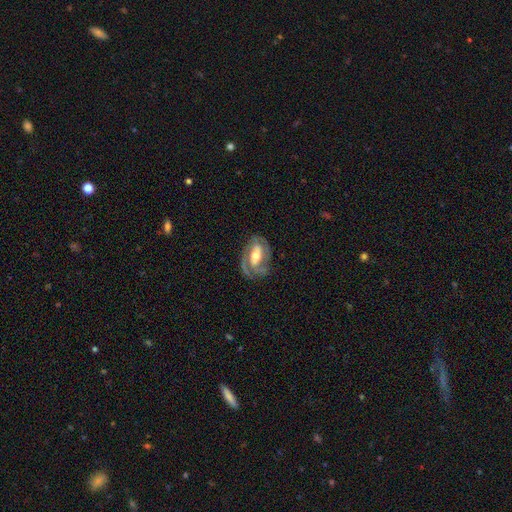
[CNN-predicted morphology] smooth-or-featured: featured or disk: 82% | smooth: 13% | star or artifact: 5%
  disk-edge-on: no: 95% | yes: 5%
    bar: weak: 37% | strong: 35% | no: 27%
    has-spiral-arms: yes: 92% | no: 8%
      spiral-winding: tight: 46% | medium: 41% | loose: 12%
      spiral-arm-count: 2: 65% | 1: 11% | 3: 11% | can't tell: 10% | 4: 2% | more than 4: 2%
    bulge-size: moderate: 66% | small: 21% | large: 10% | none: 1% | dominant: 1%
  merging: none: 69% | minor disturbance: 19% | major disturbance: 11% | merger: 1%